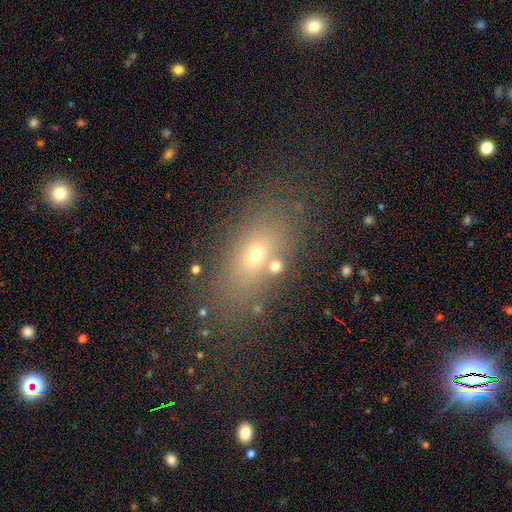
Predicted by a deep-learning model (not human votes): This is likely a smooth galaxy (61%). How rounded: likely in between (72%). Merging: likely none (73%).